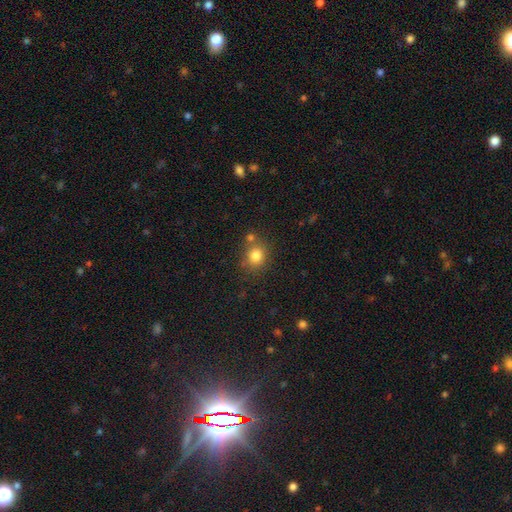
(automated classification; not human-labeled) smooth 82%, star or artifact 12%, featured or disk 7%. Down the decision tree: how rounded — round (76%); merging — none (70%).